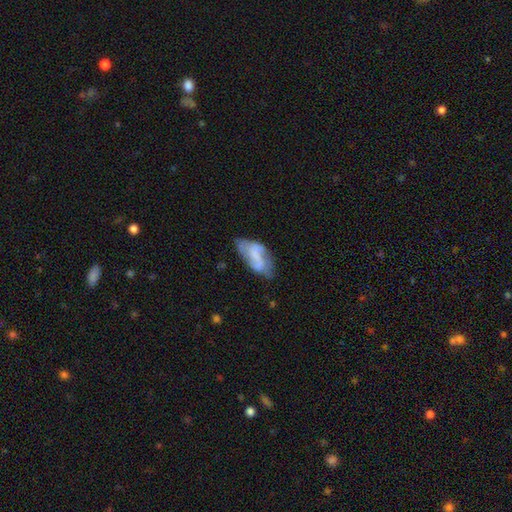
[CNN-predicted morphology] The model was most divided on "bar": weak: 43%, no: 33%, strong: 25%. Remaining: edge-on disk — no (95%); spiral arms — yes (79%); smooth or featured — featured or disk (60%); merging — none (53%); bulge size — none (48%).